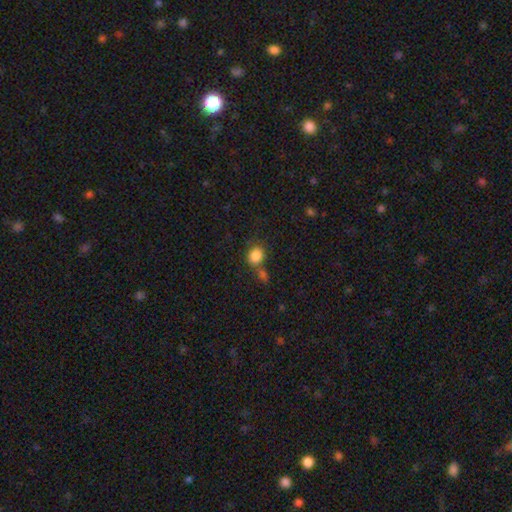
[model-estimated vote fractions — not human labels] A smooth galaxy with no disk features (85%) that is round (67%).

Vote fractions:
- Smooth or featured? smooth: 85% / star or artifact: 10% / featured or disk: 5%
- How rounded? round: 67% / in between: 32% / cigar-shaped: 1%
- Merging? none: 58% / merger: 24% / minor disturbance: 13% / major disturbance: 5%